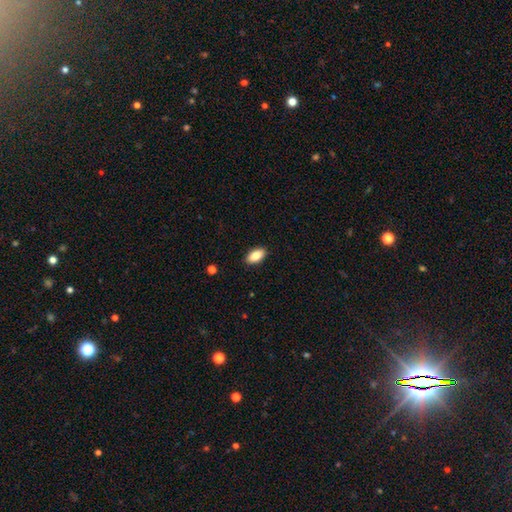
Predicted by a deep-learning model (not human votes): This is clearly a smooth galaxy (84%). How rounded: clearly in between (91%). Merging: clearly none (89%).